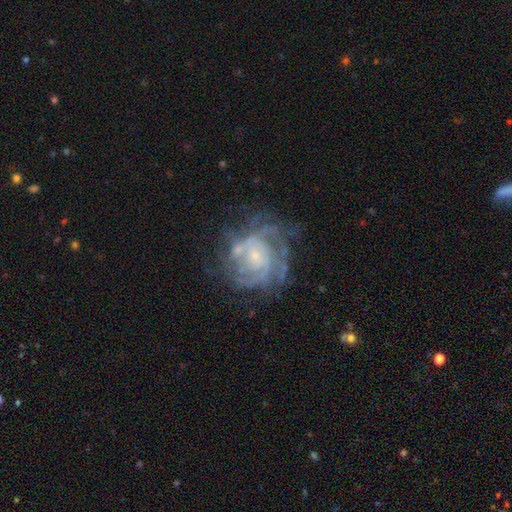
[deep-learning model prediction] The model was most divided on "spiral arm count": can't tell: 42%, 3: 17%, 4: 15%, 2: 13%, more than 4: 8%, 1: 6%. More confident: edge-on disk — no (98%); spiral arms — yes (89%); smooth or featured — featured or disk (83%); bar — no (71%); bulge size — small (68%); spiral winding — tight (64%); merging — none (58%).